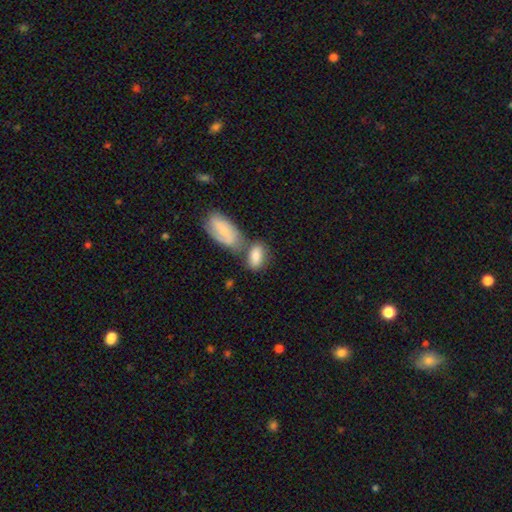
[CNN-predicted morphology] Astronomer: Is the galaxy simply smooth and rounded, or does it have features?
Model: smooth — 76%.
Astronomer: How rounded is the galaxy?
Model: in between — 88%.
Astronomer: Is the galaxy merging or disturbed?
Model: merger — 41% (runner-up: none, 39%).